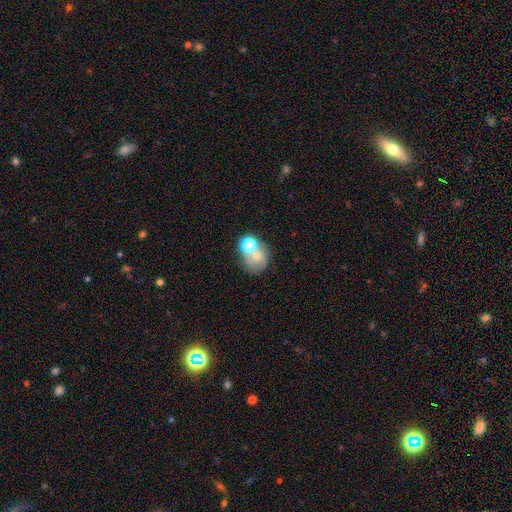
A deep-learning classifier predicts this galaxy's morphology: This is possibly a smooth galaxy (60%). How rounded: likely round (63%). Merging: possibly merger (45%).